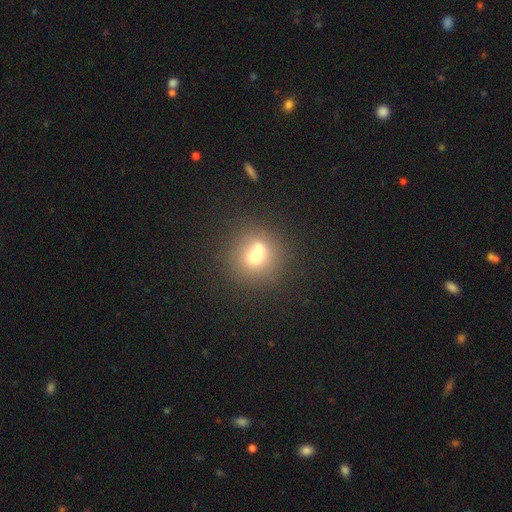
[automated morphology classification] smooth 66%, featured or disk 20%, star or artifact 14%. Down the decision tree: how rounded — round (89%); merging — merger (46%).